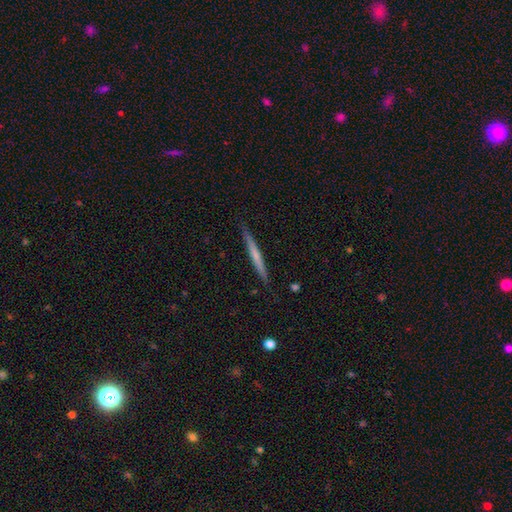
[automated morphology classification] smooth_or_featured: smooth (p=0.47) [tied with: featured or disk p=0.47]
merging: none (p=0.89) [alt: minor disturbance p=0.08]